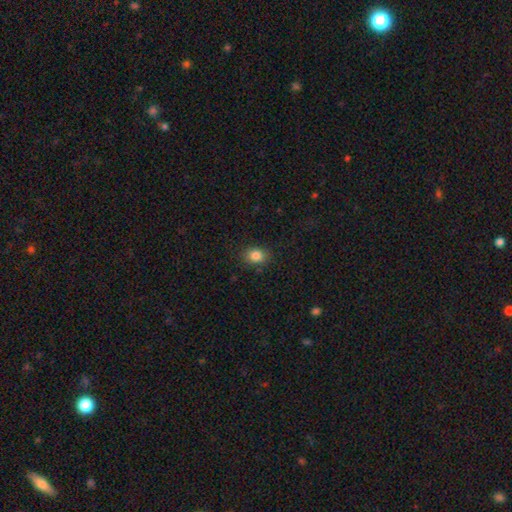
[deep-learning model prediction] This is clearly a smooth galaxy (84%). How rounded: possibly in between (58%). Merging: clearly none (86%).